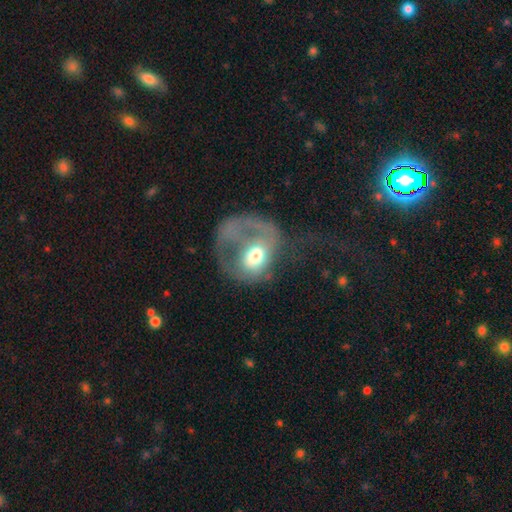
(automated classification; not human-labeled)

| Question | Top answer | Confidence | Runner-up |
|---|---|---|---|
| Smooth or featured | featured or disk | 48% | smooth (43%) |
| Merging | major disturbance | 66% | none (16%) |